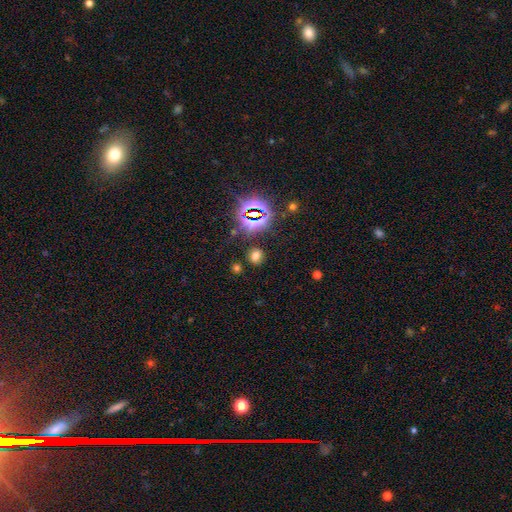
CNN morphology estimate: This appears to be a smooth galaxy with no disk features (62%) that is round (68%). Merging: none (84%).